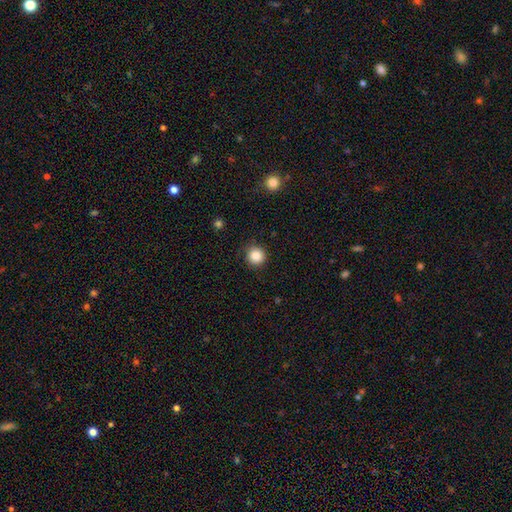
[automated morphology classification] Smooth or featured? Predicted: smooth (p=0.86). How rounded? Predicted: round (p=0.94). Merging? Predicted: none (p=0.89).